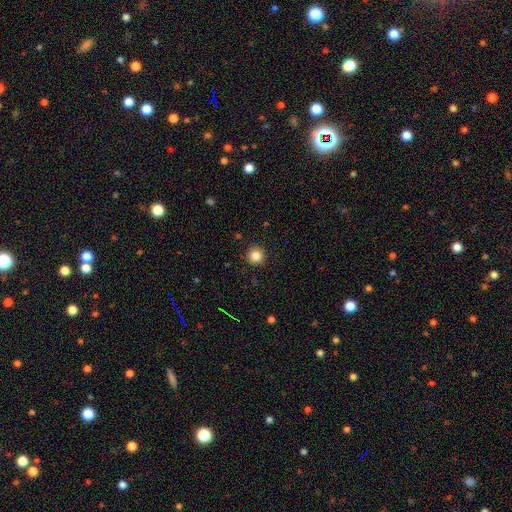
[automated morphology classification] Smooth or featured?
  - smooth: 85% *
  - star or artifact: 11%
  - featured or disk: 4%
How rounded?
  - round: 95% *
  - in between: 4%
  - cigar-shaped: 1%
Merging?
  - none: 92% *
  - minor disturbance: 5%
  - major disturbance: 2%
  - merger: 1%